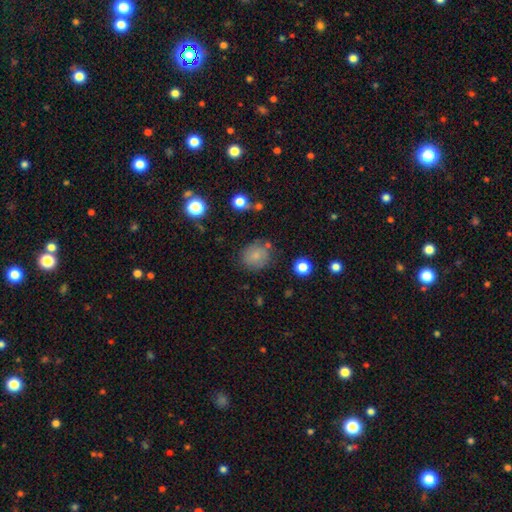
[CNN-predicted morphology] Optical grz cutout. It shows a smooth galaxy with no disk features (74%) that is round (72%). Merging: none (69%).